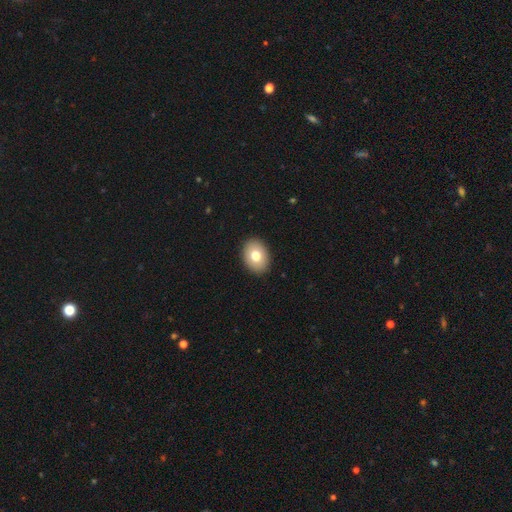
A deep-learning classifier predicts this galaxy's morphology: A smooth galaxy with no disk features (76%) that is in between round and cigar-shaped (71%).

Vote fractions:
- Smooth or featured? smooth: 76% / featured or disk: 16% / star or artifact: 8%
- How rounded? in between: 71% / round: 28% / cigar-shaped: 1%
- Merging? none: 91% / minor disturbance: 7% / major disturbance: 2% / merger: 1%